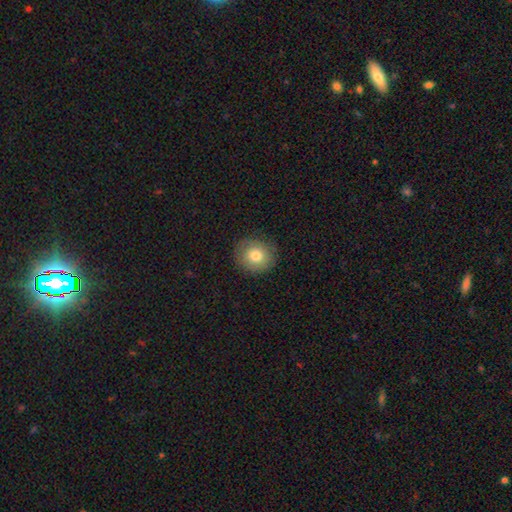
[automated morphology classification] smooth-or-featured: smooth: 76% | featured or disk: 15% | star or artifact: 9%
  how-rounded: round: 87% | in between: 12% | cigar-shaped: 1%
  merging: none: 86% | minor disturbance: 10% | major disturbance: 3% | merger: 1%